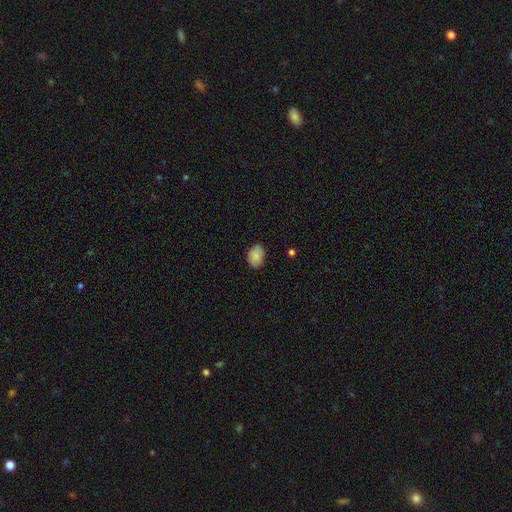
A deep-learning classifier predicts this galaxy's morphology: A smooth galaxy with no disk features (88%) that is in between round and cigar-shaped (77%).

Vote fractions:
- Smooth or featured? smooth: 88% / star or artifact: 7% / featured or disk: 5%
- How rounded? in between: 77% / round: 22% / cigar-shaped: 1%
- Merging? none: 84% / minor disturbance: 12% / major disturbance: 2% / merger: 1%